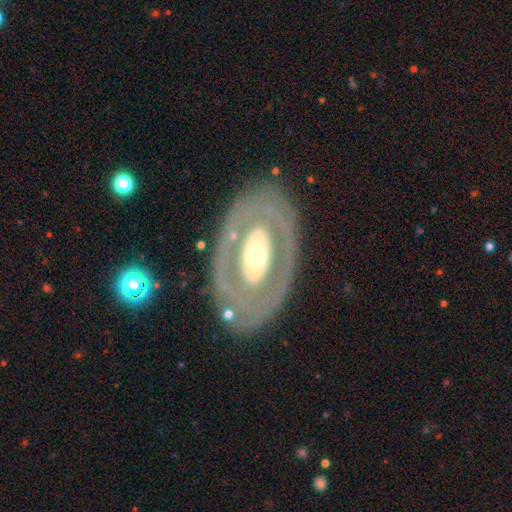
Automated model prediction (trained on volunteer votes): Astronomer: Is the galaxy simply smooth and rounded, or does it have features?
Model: featured or disk — 73%.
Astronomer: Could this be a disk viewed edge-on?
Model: no — 91%.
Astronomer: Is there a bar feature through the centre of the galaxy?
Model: no — 78%.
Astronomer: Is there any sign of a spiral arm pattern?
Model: no — 79%.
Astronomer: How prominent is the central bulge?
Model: moderate — 64%.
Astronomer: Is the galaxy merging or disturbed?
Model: none — 80%.